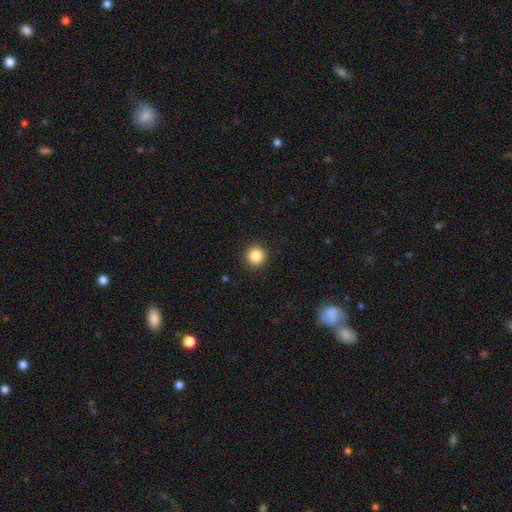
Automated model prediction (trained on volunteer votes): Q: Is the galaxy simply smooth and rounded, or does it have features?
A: smooth — 86%.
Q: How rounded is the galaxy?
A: round — 95%.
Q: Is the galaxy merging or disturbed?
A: none — 93%.